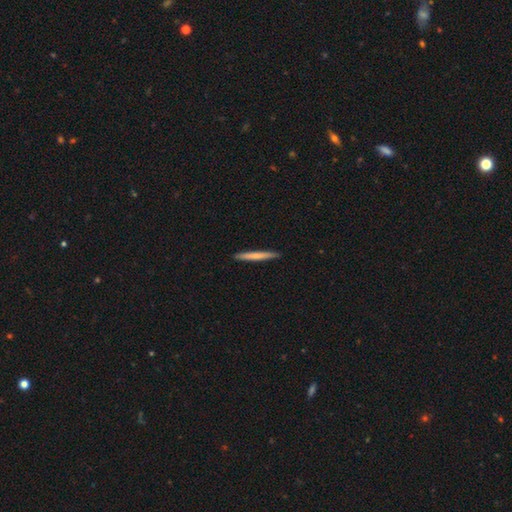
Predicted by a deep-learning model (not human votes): A smooth galaxy with no disk features (67%) that is cigar-shaped (97%). Merging: none (92%).